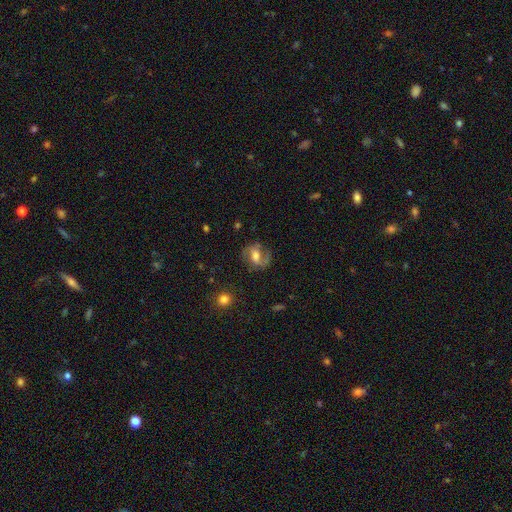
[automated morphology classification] smooth_or_featured: featured or disk (p=0.65) [alt: smooth p=0.27]
disk_edge_on: no (p=0.96) [alt: yes p=0.04]
bar: weak (p=0.44) [alt: strong p=0.29]
has_spiral_arms: yes (p=0.84) [alt: no p=0.16]
spiral_winding: medium (p=0.50) [alt: loose p=0.28]
spiral_arm_count: 2 (p=0.84) [alt: can't tell p=0.07]
bulge_size: moderate (p=0.60) [alt: large p=0.18]
merging: none (p=0.71) [alt: minor disturbance p=0.17]